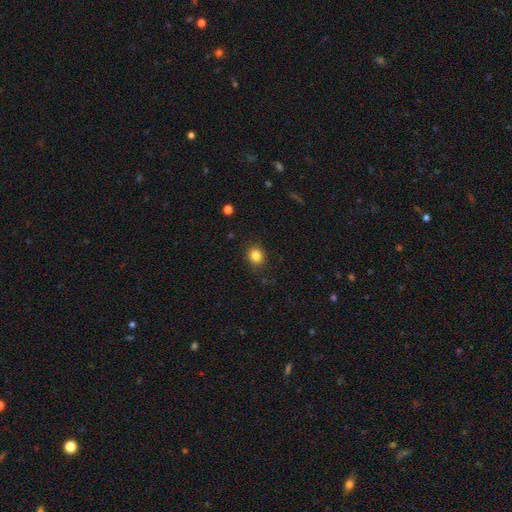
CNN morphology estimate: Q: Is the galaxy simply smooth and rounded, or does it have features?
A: smooth — 84%.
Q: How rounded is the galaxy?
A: round — 75%.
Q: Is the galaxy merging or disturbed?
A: none — 89%.